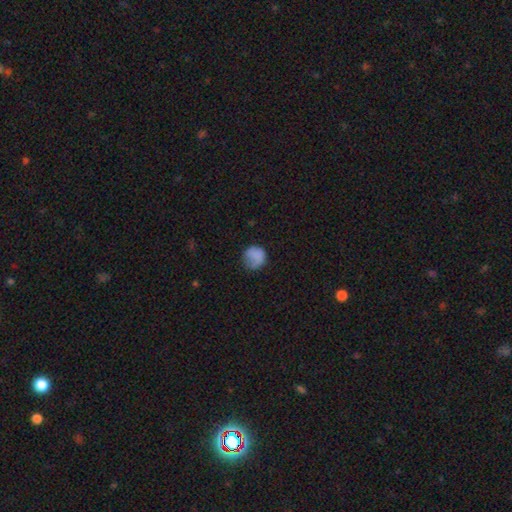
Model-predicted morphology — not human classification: smooth 79%, featured or disk 11%, star or artifact 10%. Down the decision tree: how rounded — round (84%); merging — none (56%).